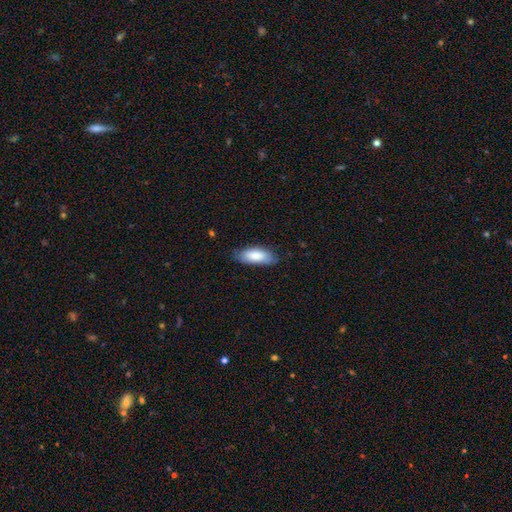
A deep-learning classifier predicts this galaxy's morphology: This appears to be a smooth galaxy with no disk features (81%) that is in between round and cigar-shaped (81%). Merging: none (75%).